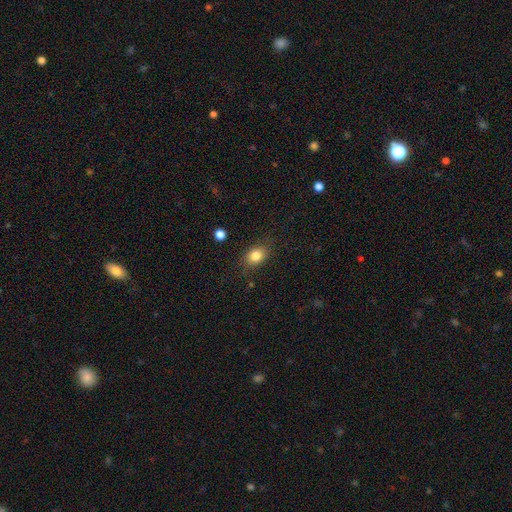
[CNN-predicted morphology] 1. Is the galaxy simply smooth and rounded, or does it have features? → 83% smooth, 10% star or artifact, 7% featured or disk.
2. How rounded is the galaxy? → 63% in between, 36% round, 1% cigar-shaped.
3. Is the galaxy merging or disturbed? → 80% none, 14% minor disturbance, 4% major disturbance, 2% merger.